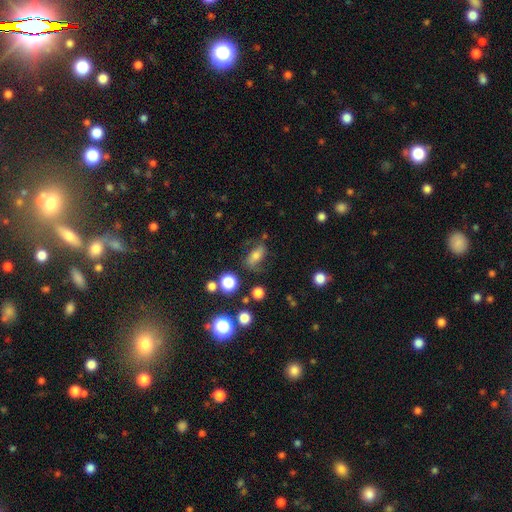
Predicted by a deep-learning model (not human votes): Morphology: type=smooth (59%); roundness=in between (74%); merging=none (59%).